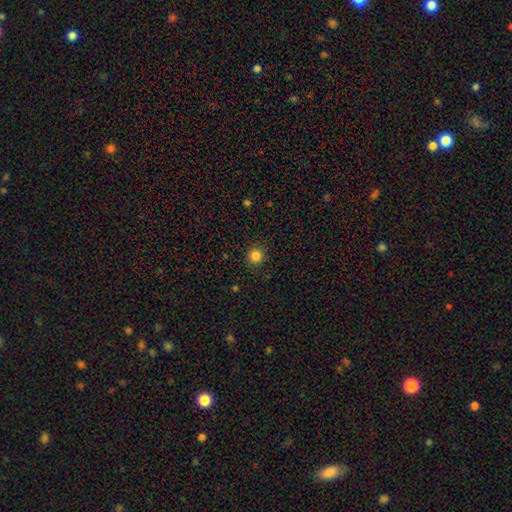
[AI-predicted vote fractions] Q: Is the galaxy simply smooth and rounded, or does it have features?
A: smooth — 83%.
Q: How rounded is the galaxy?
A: round — 94%.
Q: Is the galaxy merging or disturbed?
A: none — 91%.